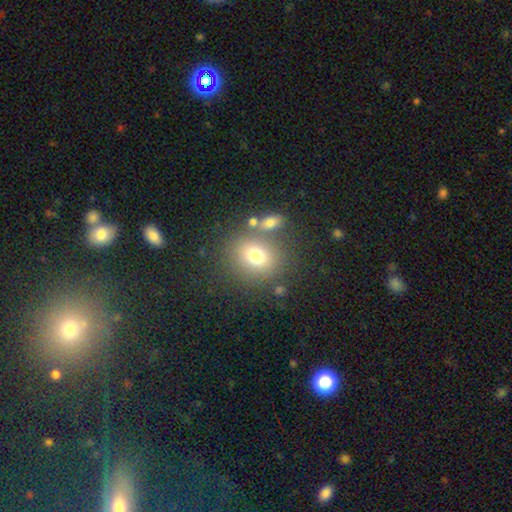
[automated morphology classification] A smooth galaxy with no disk features (74%) that is round (68%). Merging: none (71%).